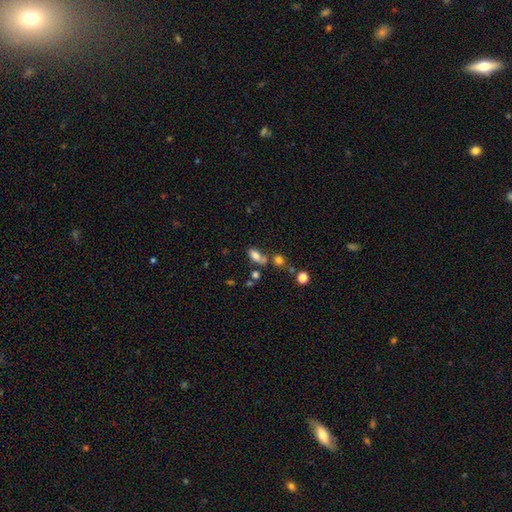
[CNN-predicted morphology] This appears to be a smooth galaxy with no disk features (78%) that is in between round and cigar-shaped (86%). Merging: none (49%).